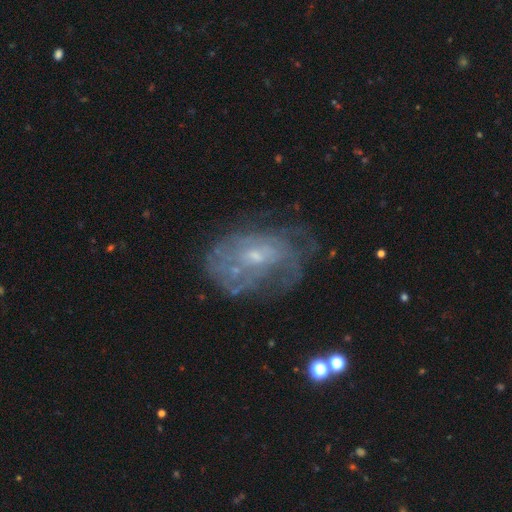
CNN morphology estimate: type=featured or disk (71%); edge-on=no (96%); bar=no (64%); spiral arms=yes (62%); bulge=small (64%); merging=none (49%).